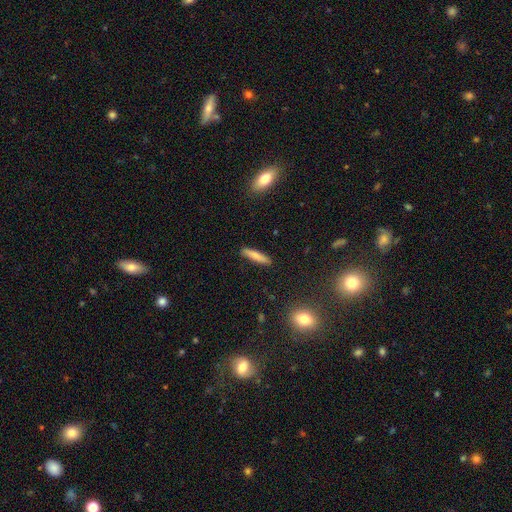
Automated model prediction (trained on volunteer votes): smooth-or-featured: smooth: 77% | featured or disk: 16% | star or artifact: 7%
  how-rounded: cigar-shaped: 86% | in between: 12% | round: 2%
  merging: none: 90% | minor disturbance: 7% | major disturbance: 2% | merger: 1%